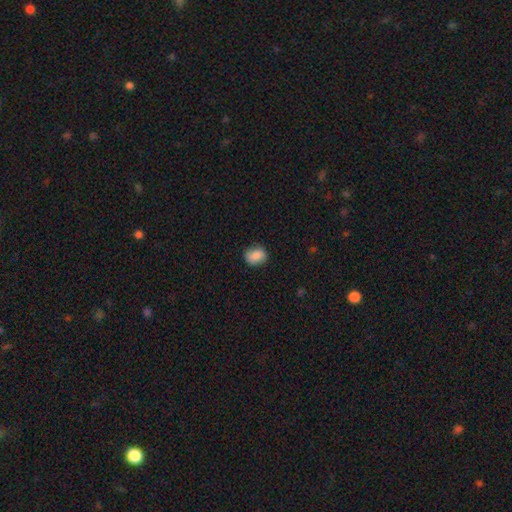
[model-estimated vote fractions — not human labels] smooth 85%, star or artifact 8%, featured or disk 7%. Down the decision tree: how rounded — round (55%); merging — none (81%).